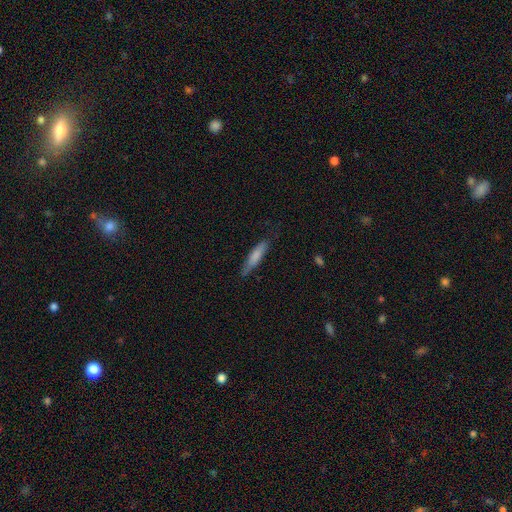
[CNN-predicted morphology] Smooth or featured?
  - smooth: 77% *
  - featured or disk: 18%
  - star or artifact: 6%
How rounded?
  - cigar-shaped: 81% *
  - in between: 18%
  - round: 1%
Merging?
  - none: 75% *
  - minor disturbance: 20%
  - major disturbance: 4%
  - merger: 1%